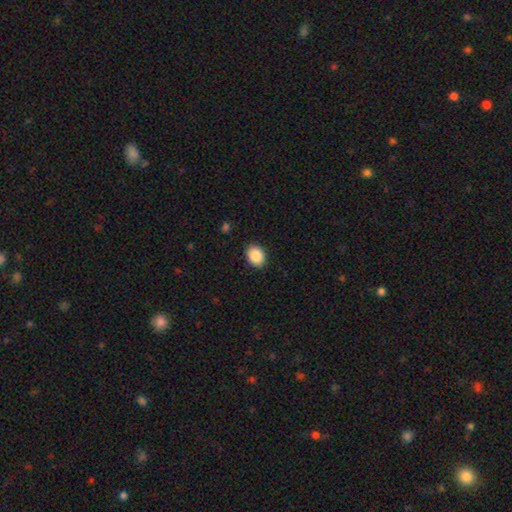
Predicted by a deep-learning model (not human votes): The model was most divided on "how rounded": in between: 55%, round: 44%, cigar-shaped: 1%. More confident: merging — none (90%); smooth or featured — smooth (88%).